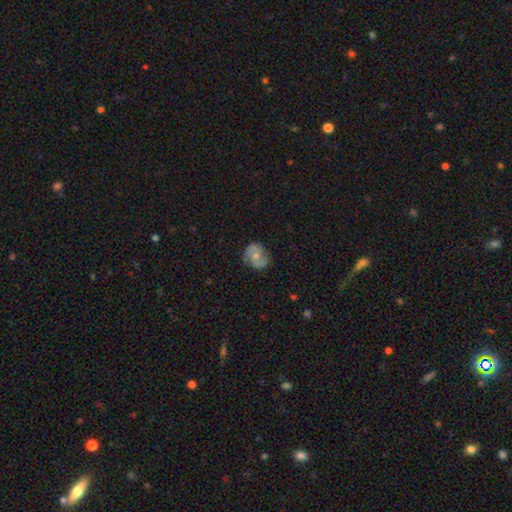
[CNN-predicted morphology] A featured or disk galaxy (71%) with no bar (57%), 2 (88%) medium (51%) spiral arms (93%) and a moderate central bulge (50%).

Vote fractions:
- Smooth or featured? featured or disk: 71% / smooth: 23% / star or artifact: 7%
- Edge-on disk? no: 98% / yes: 2%
- Bar? no: 57% / weak: 36% / strong: 7%
- Spiral arms? yes: 93% / no: 7%
- Spiral winding? medium: 51% / tight: 27% / loose: 22%
- Spiral arm count? 2: 88% / can't tell: 6% / 1: 2% / 3: 2% / 4: 1% / more than 4: 1%
- Bulge size? moderate: 50% / small: 41% / none: 5% / large: 3% / dominant: 1%
- Merging? none: 78% / minor disturbance: 16% / major disturbance: 5% / merger: 1%